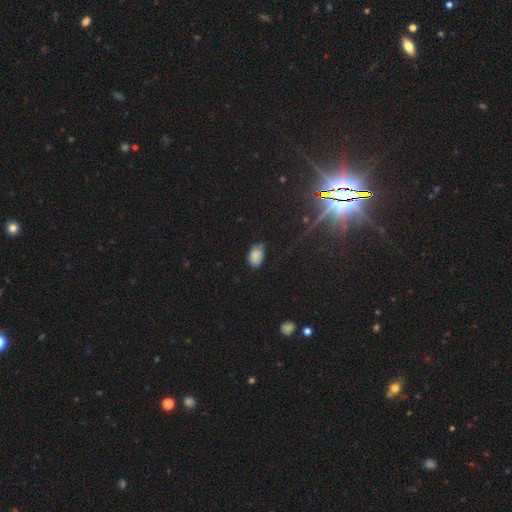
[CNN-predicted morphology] The model was most divided on "merging": none: 62%, minor disturbance: 31%, major disturbance: 5%, merger: 2%. More confident: how rounded — in between (87%); smooth or featured — smooth (82%).